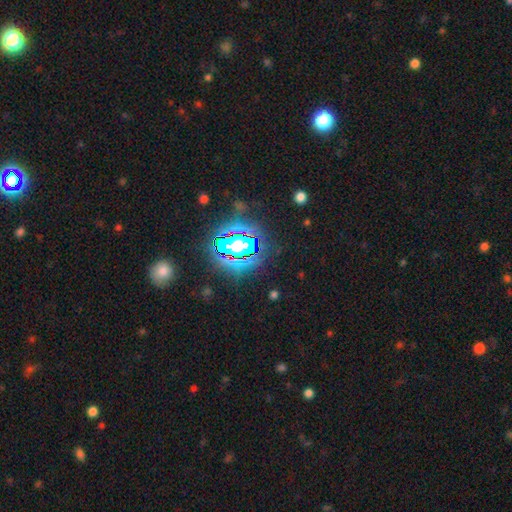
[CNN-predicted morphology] This is clearly a star or artifact rather than a galaxy (85%).